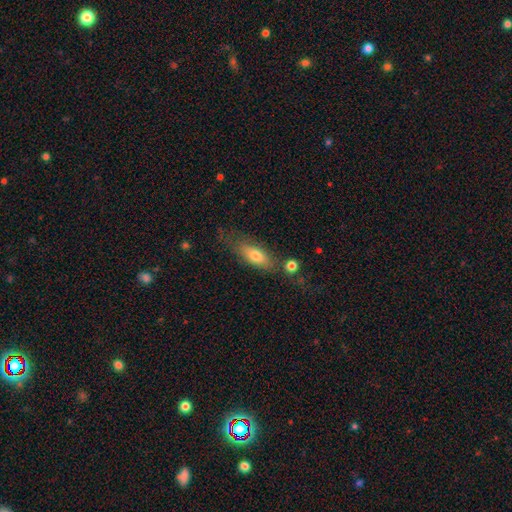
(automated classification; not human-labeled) Morphology: type=smooth (71%); roundness=in between (68%); merging=none (60%).